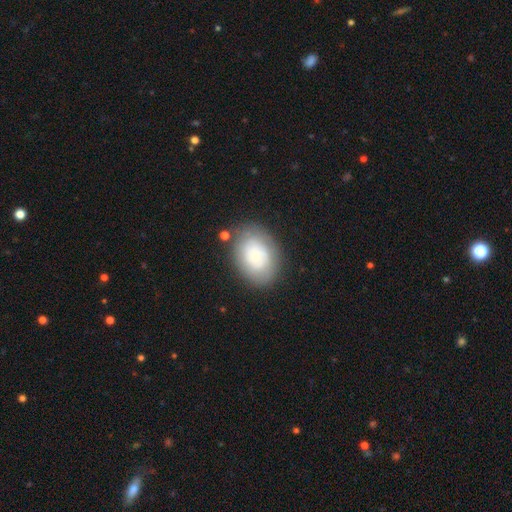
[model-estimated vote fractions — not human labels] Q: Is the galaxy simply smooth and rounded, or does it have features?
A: smooth — 66%.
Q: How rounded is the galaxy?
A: in between — 72%.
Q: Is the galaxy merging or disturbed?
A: none — 75%.